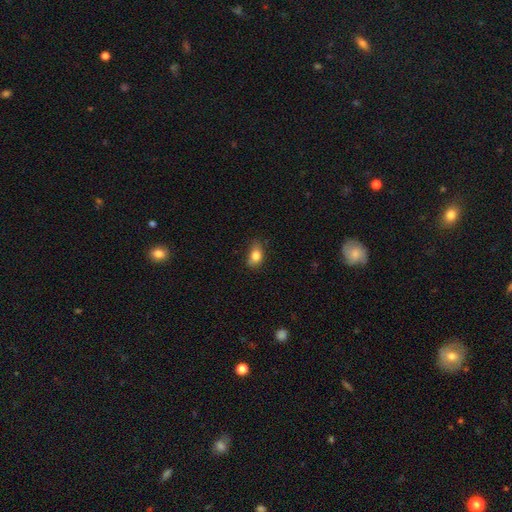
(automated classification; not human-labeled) smooth-or-featured: smooth: 82% | featured or disk: 9% | star or artifact: 9%
  how-rounded: in between: 80% | round: 17% | cigar-shaped: 3%
  merging: none: 62% | minor disturbance: 29% | major disturbance: 6% | merger: 2%